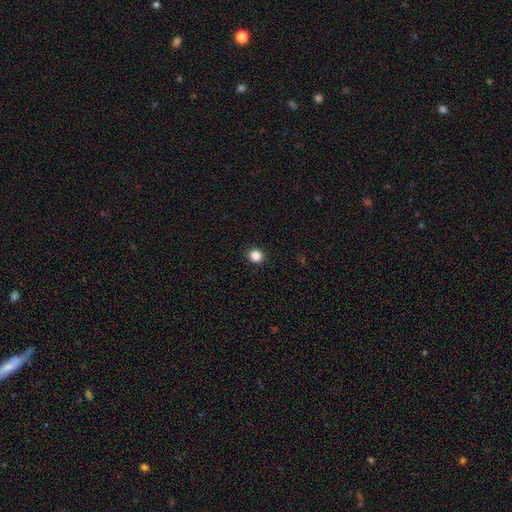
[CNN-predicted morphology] smooth-or-featured: smooth: 85% | star or artifact: 12% | featured or disk: 3%
  how-rounded: round: 87% | in between: 12% | cigar-shaped: 1%
  merging: none: 91% | minor disturbance: 6% | major disturbance: 2% | merger: 1%